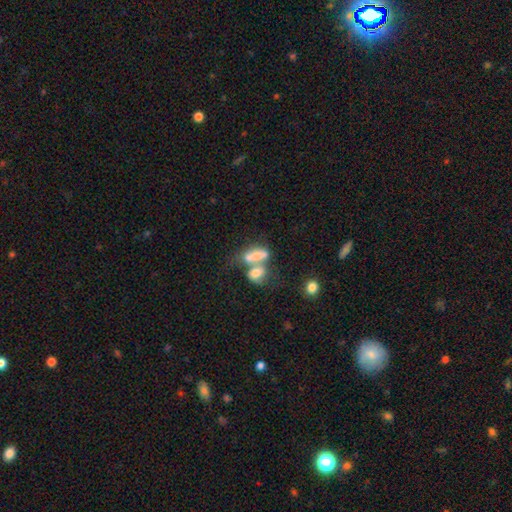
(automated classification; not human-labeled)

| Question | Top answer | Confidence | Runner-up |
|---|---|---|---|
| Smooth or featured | smooth | 63% | featured or disk (26%) |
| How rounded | in between | 71% | cigar-shaped (16%) |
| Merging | merger | 65% | none (16%) |